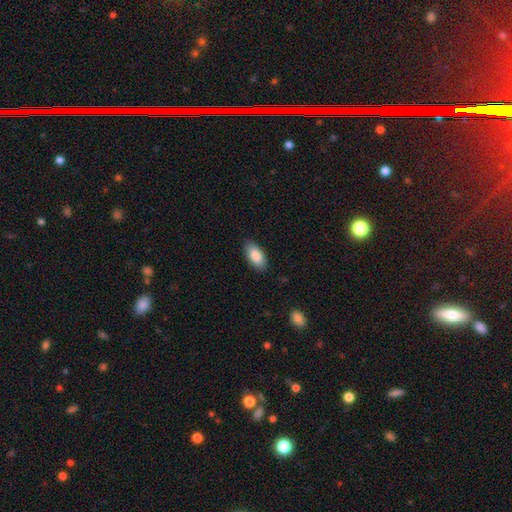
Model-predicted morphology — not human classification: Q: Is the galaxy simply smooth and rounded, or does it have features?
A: smooth — 87%.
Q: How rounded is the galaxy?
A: in between — 91%.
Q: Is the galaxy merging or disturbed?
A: none — 88%.